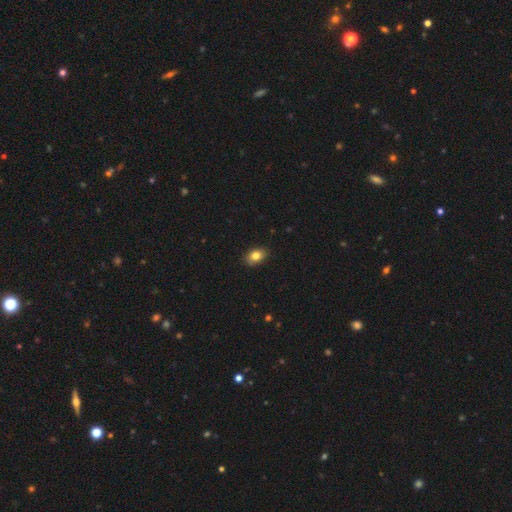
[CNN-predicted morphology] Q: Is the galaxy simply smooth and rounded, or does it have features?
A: smooth — 83%.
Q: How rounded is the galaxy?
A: in between — 80%.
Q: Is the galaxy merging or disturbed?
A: none — 85%.